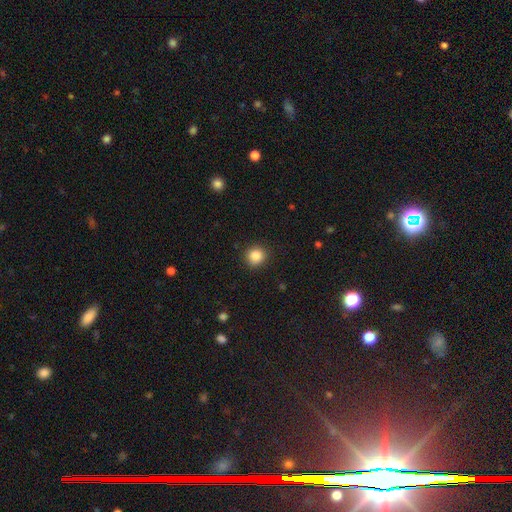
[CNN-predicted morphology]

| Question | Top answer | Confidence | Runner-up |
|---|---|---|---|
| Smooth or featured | smooth | 86% | star or artifact (10%) |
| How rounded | round | 89% | in between (10%) |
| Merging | none | 89% | minor disturbance (8%) |